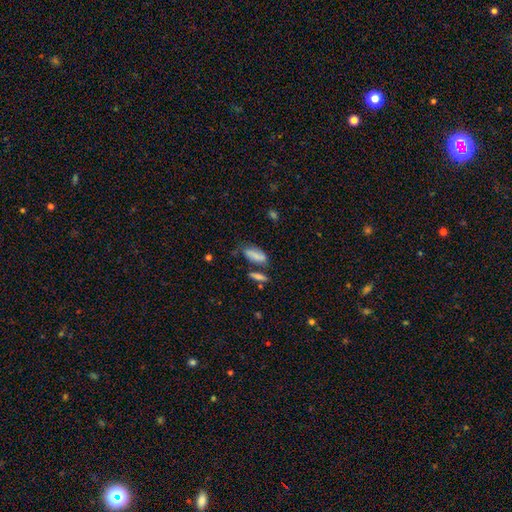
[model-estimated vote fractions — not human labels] smooth 71%, featured or disk 20%, star or artifact 9%. Down the decision tree: how rounded — in between (78%); merging — none (49%).